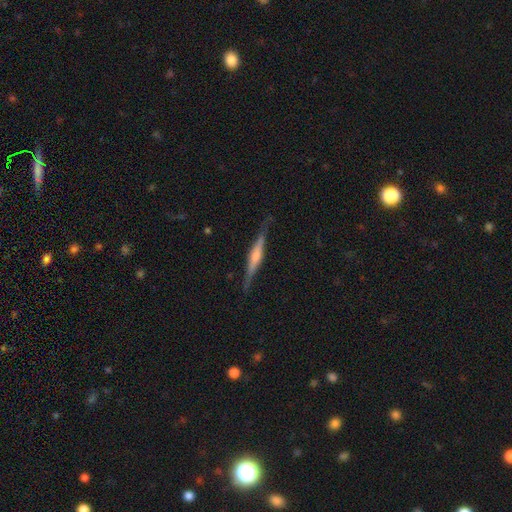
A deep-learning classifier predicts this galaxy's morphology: This appears to be a featured or disk galaxy (71%) viewed edge-on (97%) with a rounded central bulge (63%). Merging: none (84%).